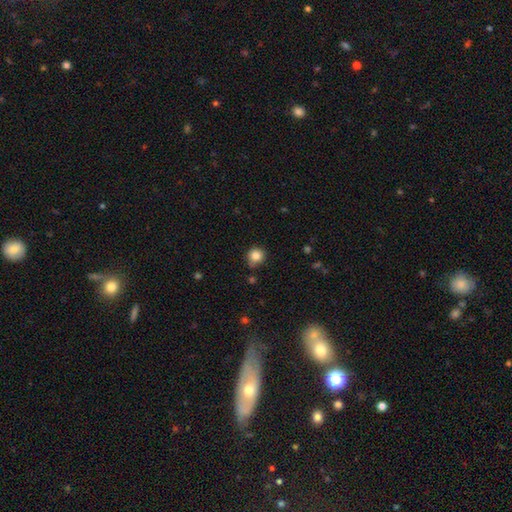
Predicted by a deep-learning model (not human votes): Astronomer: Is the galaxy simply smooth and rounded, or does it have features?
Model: smooth — 83%.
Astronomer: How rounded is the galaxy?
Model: round — 88%.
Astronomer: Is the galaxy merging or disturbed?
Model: none — 76%.